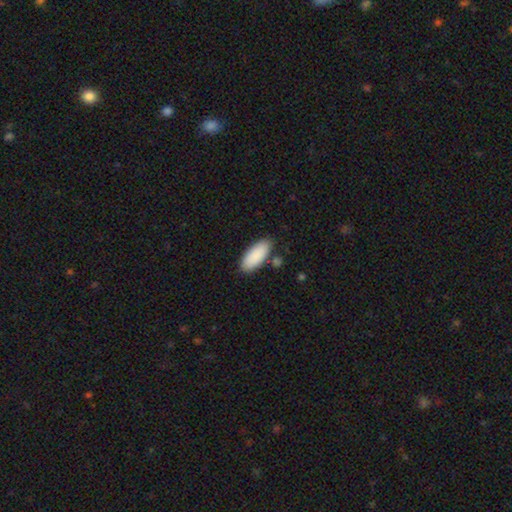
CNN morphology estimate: Smooth or featured? smooth (90%)
How rounded? in between (84%)
Merging? none (82%)